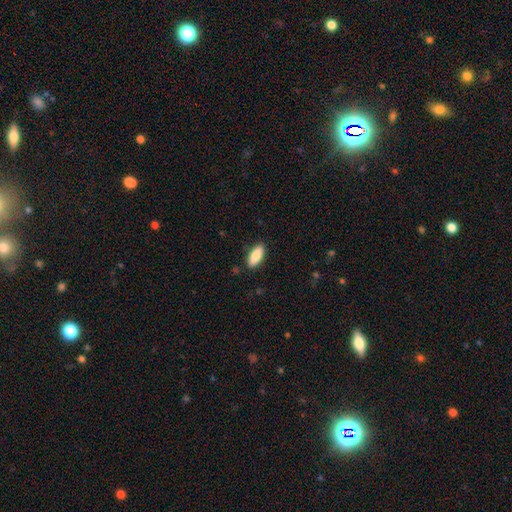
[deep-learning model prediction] A smooth galaxy with no disk features (85%) that is in between round and cigar-shaped (77%).

Vote fractions:
- Smooth or featured? smooth: 85% / featured or disk: 9% / star or artifact: 6%
- How rounded? in between: 77% / cigar-shaped: 21% / round: 2%
- Merging? none: 87% / minor disturbance: 10% / major disturbance: 2% / merger: 1%